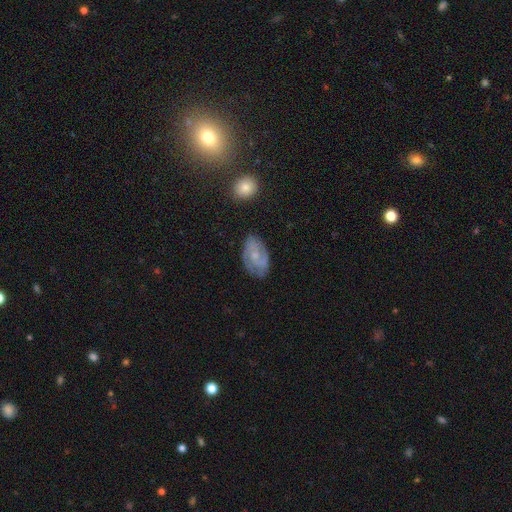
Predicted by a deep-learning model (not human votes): Morphology: type=featured or disk (73%); edge-on=no (97%); bar=no (59%); spiral arms=yes (90%); winding=tight (48%); arm count=2 (67%); bulge=small (59%); merging=none (72%).